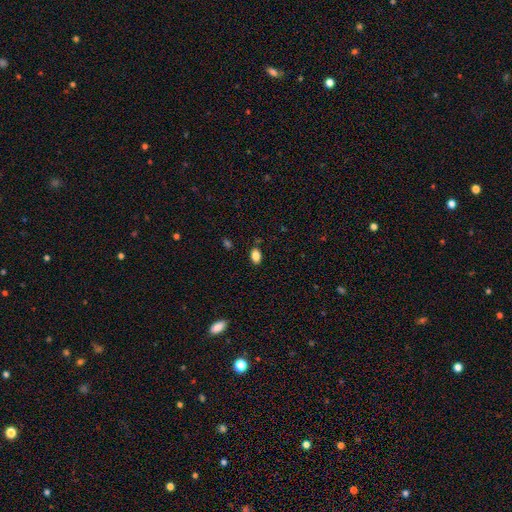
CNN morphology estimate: Overall: smooth (86%). How rounded: in between (86%). Merging: none (84%).